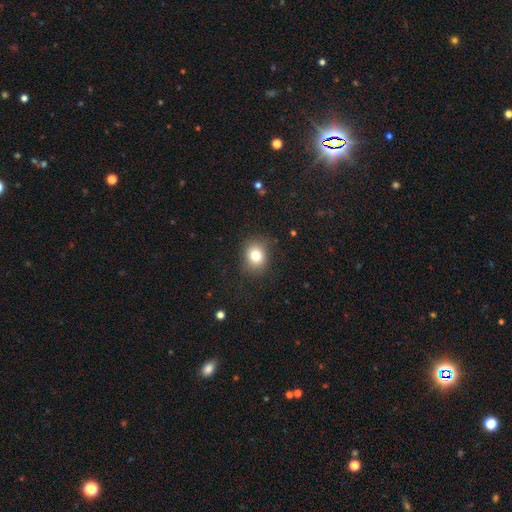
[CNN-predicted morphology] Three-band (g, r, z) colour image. It shows a smooth galaxy with no disk features (79%) that is round (62%). Merging: none (83%).